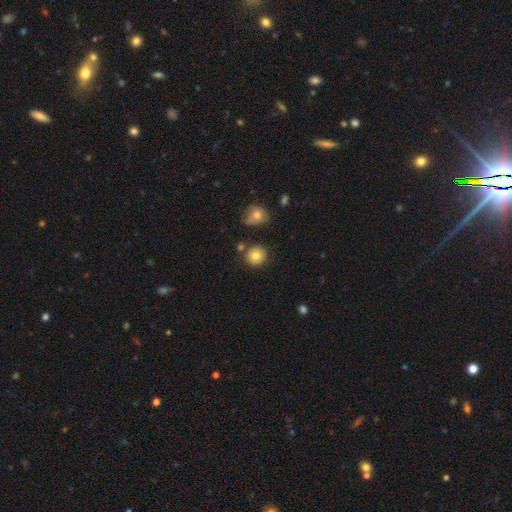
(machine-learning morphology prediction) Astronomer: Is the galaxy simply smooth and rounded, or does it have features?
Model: smooth — 80%.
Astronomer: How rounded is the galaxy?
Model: round — 92%.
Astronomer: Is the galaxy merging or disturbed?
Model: none — 82%.